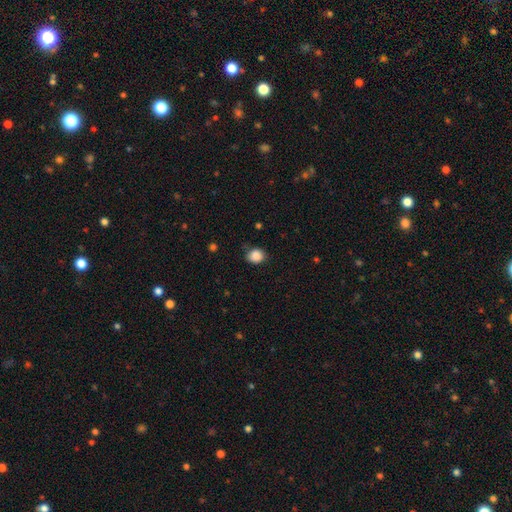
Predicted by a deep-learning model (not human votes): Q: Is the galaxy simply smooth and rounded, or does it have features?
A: smooth — 88%.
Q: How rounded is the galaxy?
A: round — 70%.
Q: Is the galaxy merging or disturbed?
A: none — 77%.